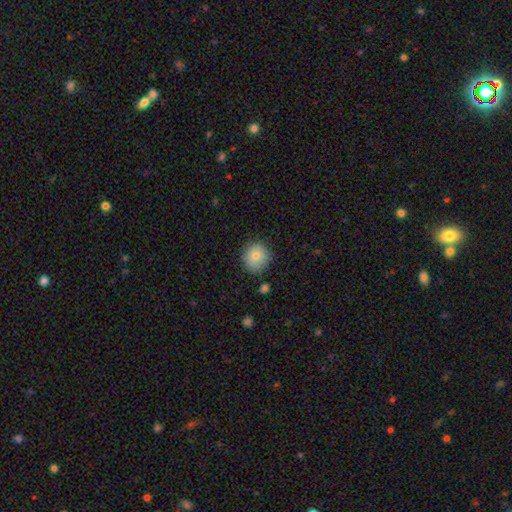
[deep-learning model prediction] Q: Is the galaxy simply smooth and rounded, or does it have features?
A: smooth — 80%.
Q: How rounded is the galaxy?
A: round — 91%.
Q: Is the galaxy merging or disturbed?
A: none — 83%.